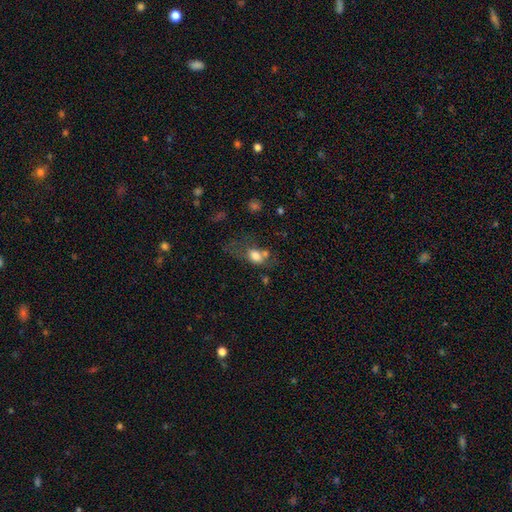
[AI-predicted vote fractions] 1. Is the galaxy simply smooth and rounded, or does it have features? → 73% smooth, 17% featured or disk, 10% star or artifact.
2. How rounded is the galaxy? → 73% in between, 24% round, 3% cigar-shaped.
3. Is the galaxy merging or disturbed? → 29% none, 28% merger, 24% major disturbance, 20% minor disturbance.